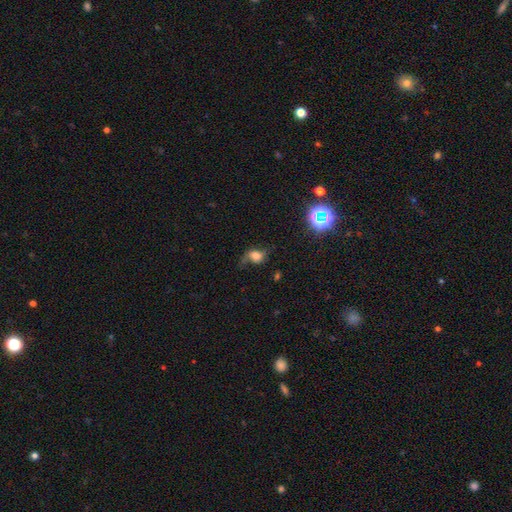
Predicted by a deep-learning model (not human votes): smooth-or-featured: smooth: 42% | featured or disk: 41% | star or artifact: 16%
  merging: none: 46% | minor disturbance: 27% | major disturbance: 25% | merger: 3%